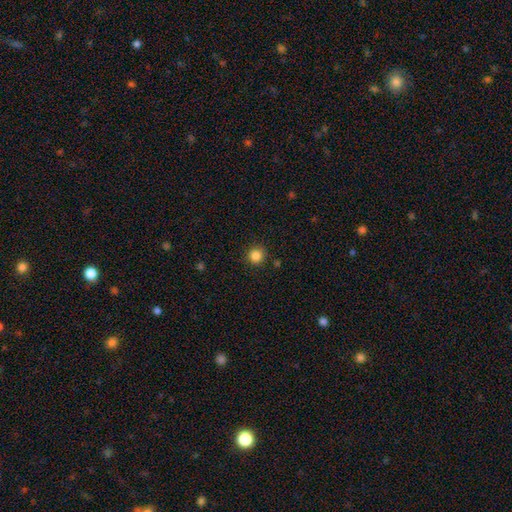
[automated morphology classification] smooth-or-featured: smooth: 84% | star or artifact: 12% | featured or disk: 4%
  how-rounded: round: 94% | in between: 5% | cigar-shaped: 1%
  merging: none: 90% | minor disturbance: 7% | major disturbance: 2% | merger: 2%